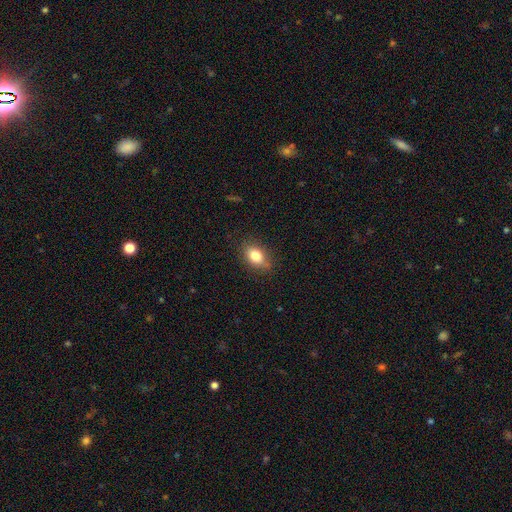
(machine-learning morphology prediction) smooth 81%, featured or disk 10%, star or artifact 9%. Down the decision tree: how rounded — in between (79%); merging — none (80%).